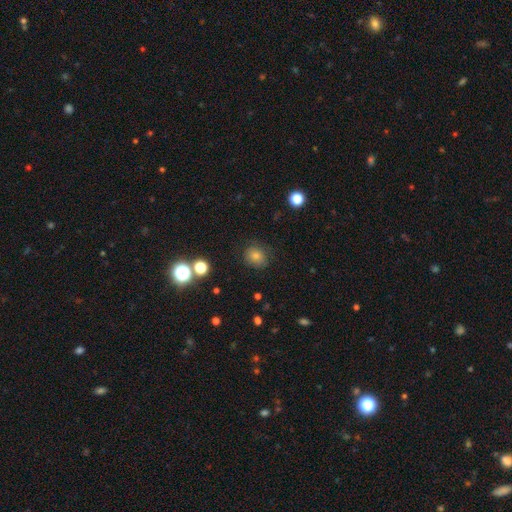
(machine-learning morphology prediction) Smooth or featured? Predicted: smooth (p=0.71). How rounded? Predicted: round (p=0.84). Merging? Predicted: none (p=0.84).